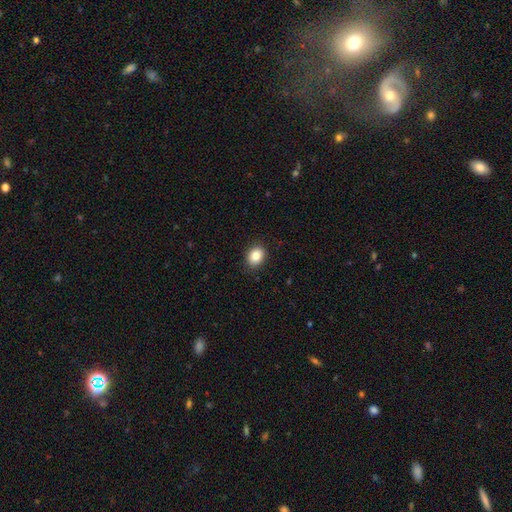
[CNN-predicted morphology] smooth 84%, star or artifact 9%, featured or disk 6%. Down the decision tree: how rounded — round (50%); merging — none (89%).